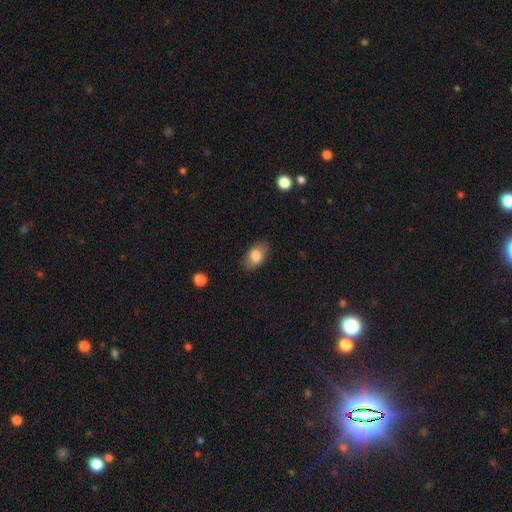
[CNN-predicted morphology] Smooth or featured? Predicted: smooth (p=0.81). How rounded? Predicted: in between (p=0.90). Merging? Predicted: none (p=0.84).